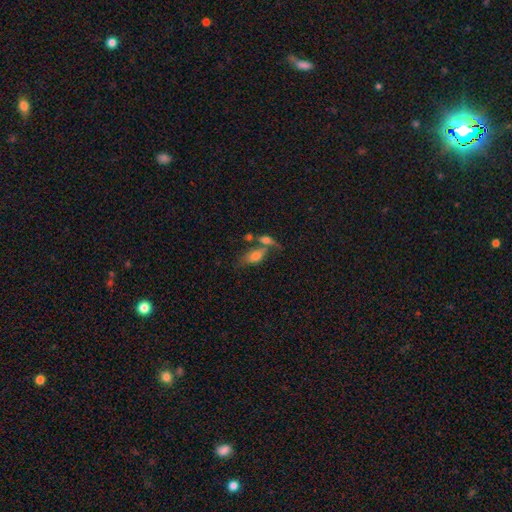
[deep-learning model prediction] Overall: smooth (65%; featured or disk 25%). How rounded: in between (81%). Merging: merger (43%; none 35%).